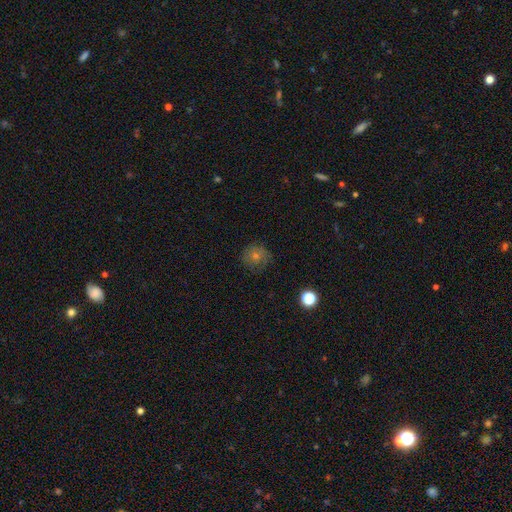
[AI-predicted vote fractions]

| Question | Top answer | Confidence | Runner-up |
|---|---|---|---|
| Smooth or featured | smooth | 58% | featured or disk (23%) |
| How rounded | round | 91% | in between (8%) |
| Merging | none | 81% | minor disturbance (14%) |